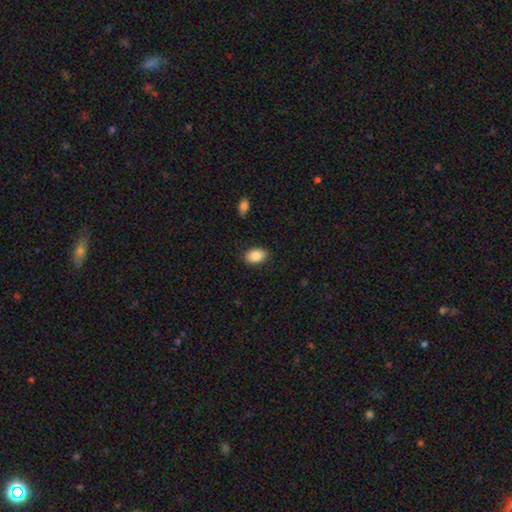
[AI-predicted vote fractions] This appears to be a smooth galaxy with no disk features (86%) that is in between round and cigar-shaped (85%). Merging: none (87%).